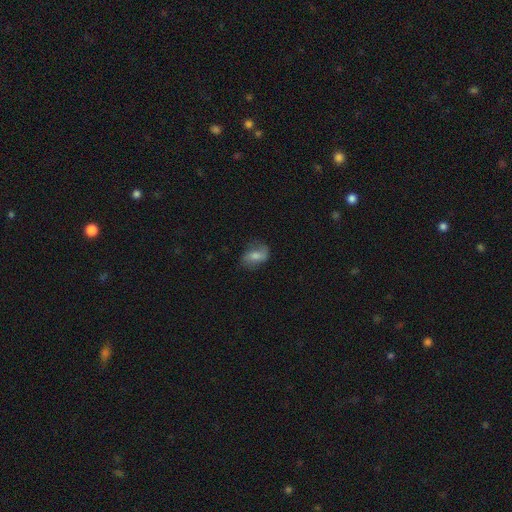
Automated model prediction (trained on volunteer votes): This is possibly a smooth galaxy (55%). How rounded: clearly in between (81%). Merging: likely none (67%).